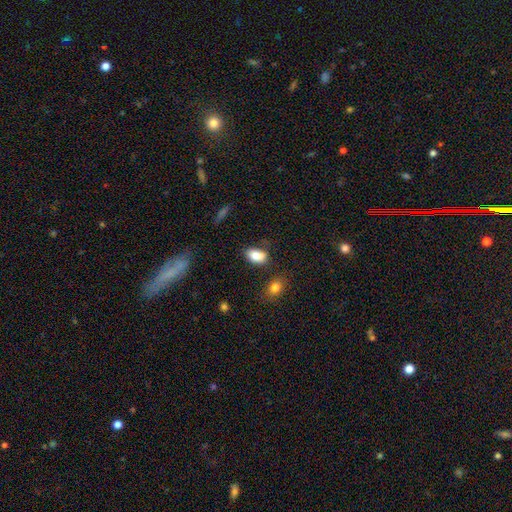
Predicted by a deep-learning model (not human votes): This appears to be a smooth galaxy with no disk features (84%) that is in between round and cigar-shaped (90%). Merging: none (69%).